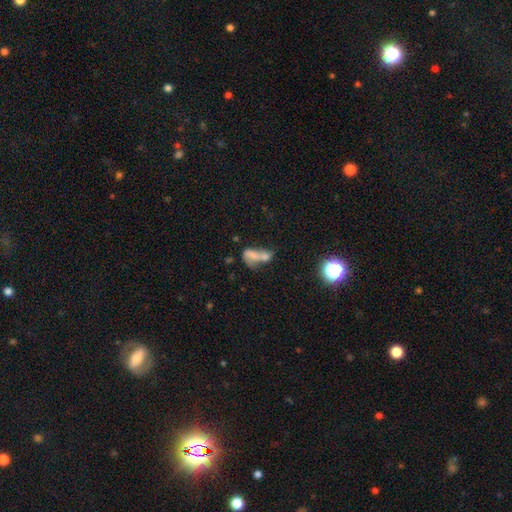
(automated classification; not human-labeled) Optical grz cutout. It shows a smooth galaxy with no disk features (58%) that is in between round and cigar-shaped (77%). Merging: merger (60%).